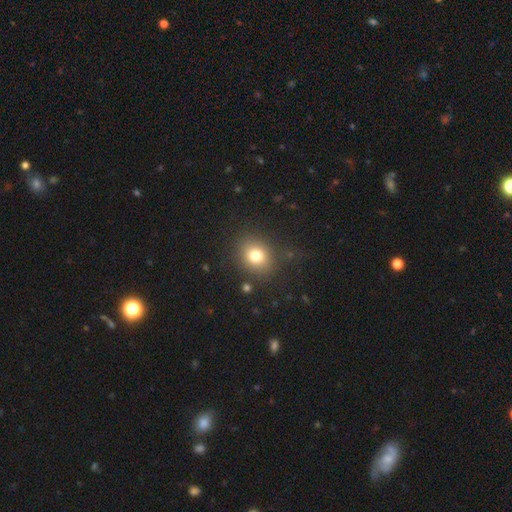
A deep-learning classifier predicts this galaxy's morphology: Overall: smooth (78%). How rounded: round (72%). Merging: none (84%).